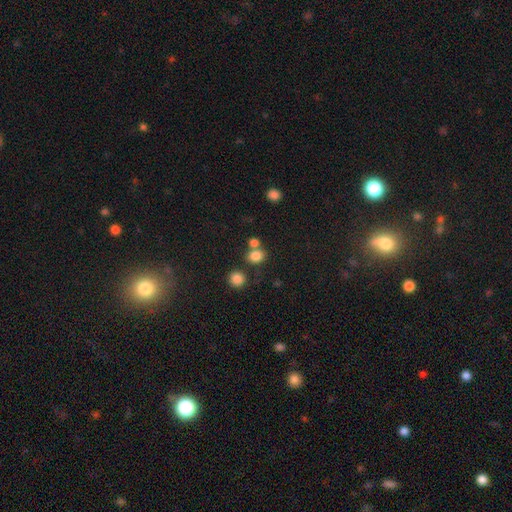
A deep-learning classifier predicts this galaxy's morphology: Q: Smooth or featured?
A: smooth (81%); runner-up: star or artifact (13%)
Q: How rounded?
A: round (59%); runner-up: in between (40%)
Q: Merging?
A: none (57%); runner-up: merger (30%)